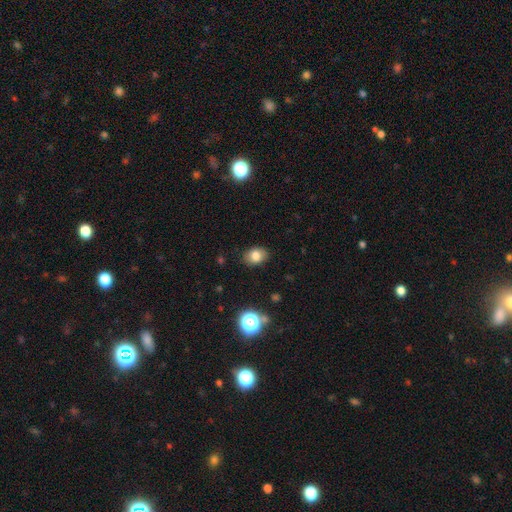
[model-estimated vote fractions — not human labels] Smooth or featured: smooth — 80% (star or artifact — 11%)
How rounded: in between — 73% (round — 26%)
Merging: none — 85% (minor disturbance — 12%)